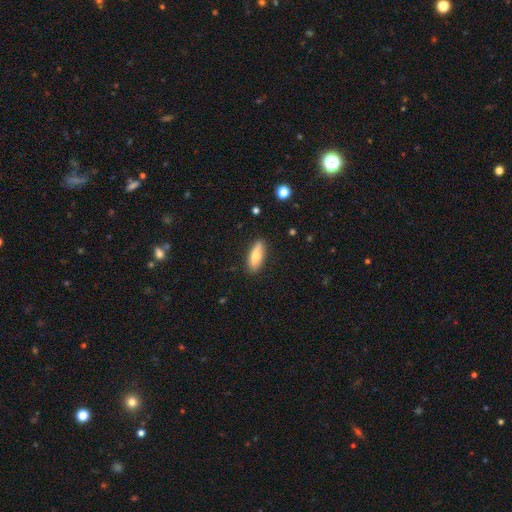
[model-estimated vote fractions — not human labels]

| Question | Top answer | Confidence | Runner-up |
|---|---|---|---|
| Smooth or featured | smooth | 69% | featured or disk (25%) |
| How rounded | in between | 60% | cigar-shaped (37%) |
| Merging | none | 87% | minor disturbance (10%) |